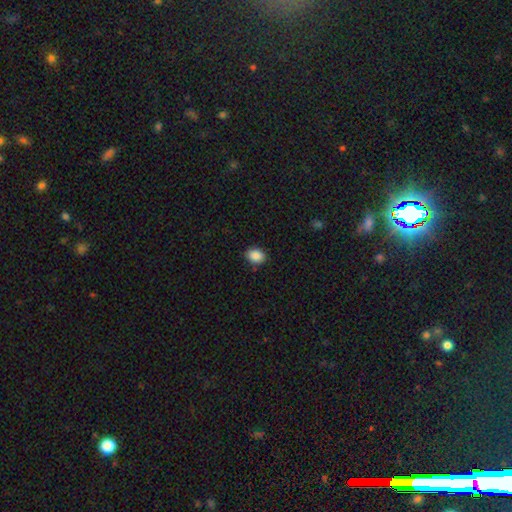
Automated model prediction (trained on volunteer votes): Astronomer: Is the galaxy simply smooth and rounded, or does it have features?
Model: smooth — 88%.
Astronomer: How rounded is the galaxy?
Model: in between — 61% (runner-up: round, 38%).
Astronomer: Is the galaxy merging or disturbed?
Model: none — 88%.